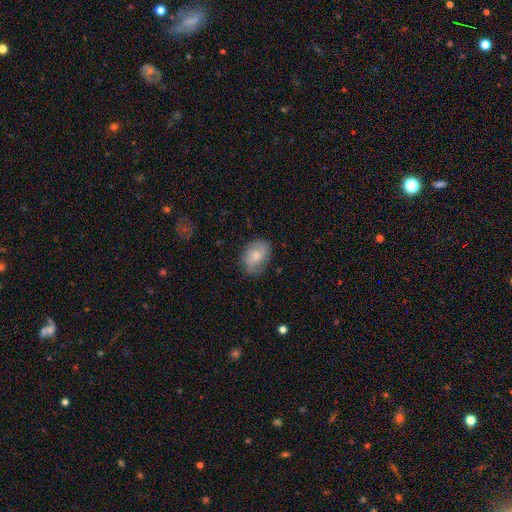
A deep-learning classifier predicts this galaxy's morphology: Overall: smooth (56%; featured or disk 37%). How rounded: in between (74%). Merging: none (75%).